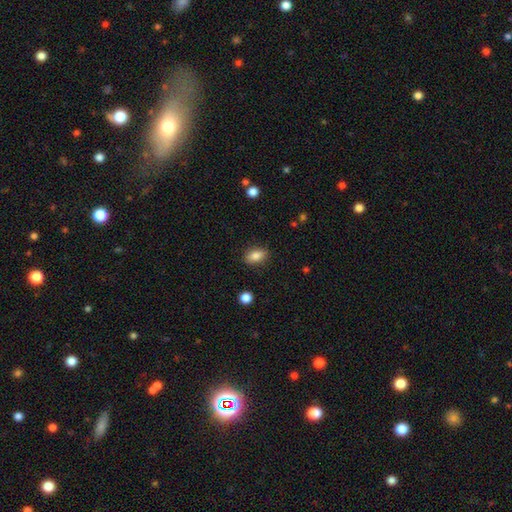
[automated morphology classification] A smooth galaxy with no disk features (85%) that is in between round and cigar-shaped (85%).

Vote fractions:
- Smooth or featured? smooth: 85% / star or artifact: 8% / featured or disk: 7%
- How rounded? in between: 85% / round: 12% / cigar-shaped: 3%
- Merging? none: 87% / minor disturbance: 9% / major disturbance: 2% / merger: 1%